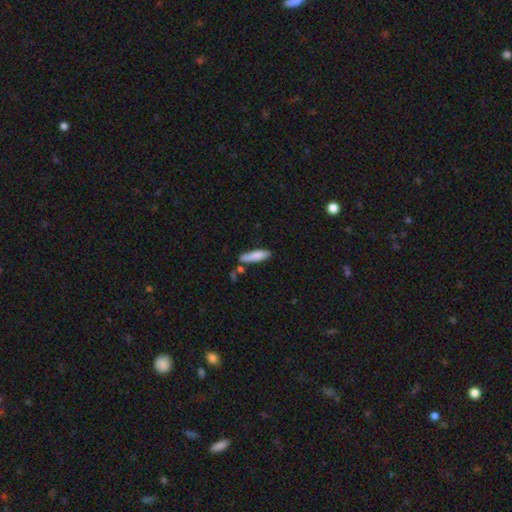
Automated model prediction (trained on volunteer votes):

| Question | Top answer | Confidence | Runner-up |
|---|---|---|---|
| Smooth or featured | smooth | 80% | featured or disk (13%) |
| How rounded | cigar-shaped | 70% | in between (29%) |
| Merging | none | 63% | minor disturbance (21%) |